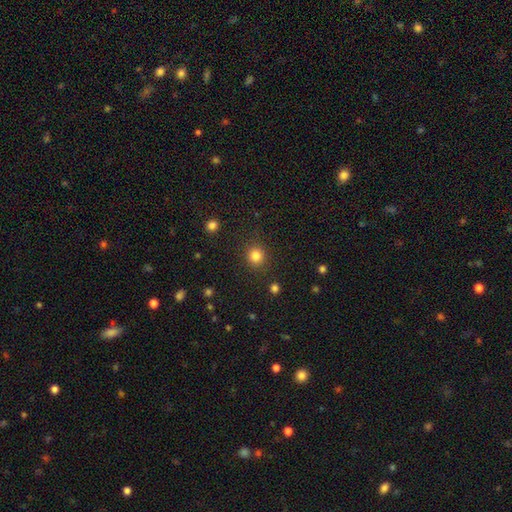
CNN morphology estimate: Smooth or featured: smooth — 84% (star or artifact — 12%)
How rounded: round — 90% (in between — 9%)
Merging: none — 89% (minor disturbance — 7%)